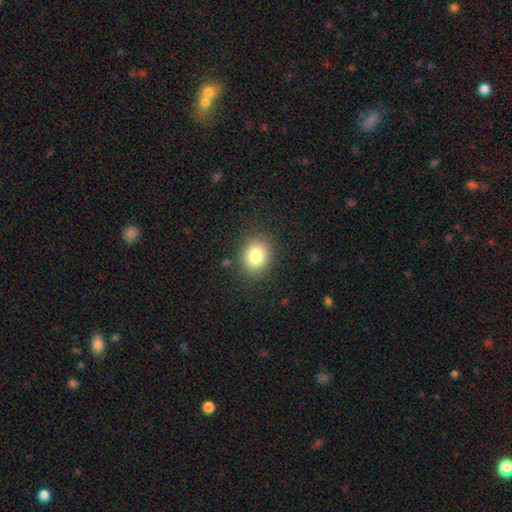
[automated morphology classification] Smooth or featured? Predicted: smooth (p=0.81). How rounded? Predicted: round (p=0.56). Merging? Predicted: none (p=0.86).